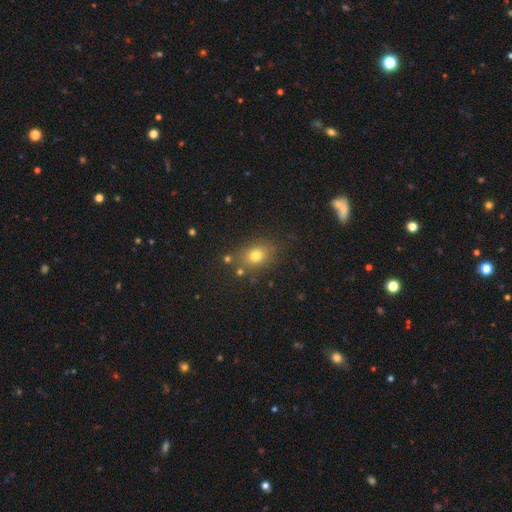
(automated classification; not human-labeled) Q: Smooth or featured?
A: smooth (72%); runner-up: star or artifact (17%)
Q: How rounded?
A: in between (52%); runner-up: round (47%)
Q: Merging?
A: none (77%); runner-up: minor disturbance (13%)